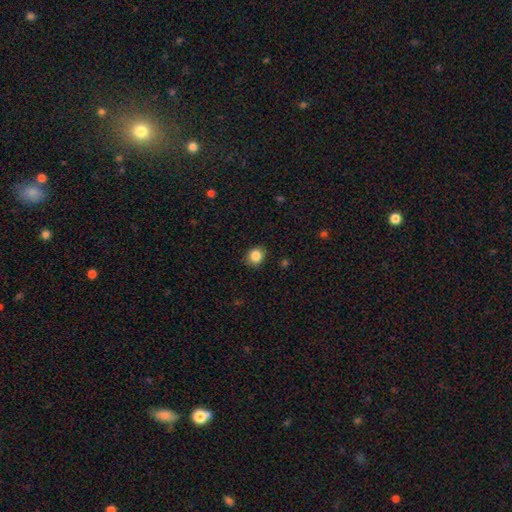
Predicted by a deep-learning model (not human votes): smooth_or_featured: smooth (p=0.85) [alt: star or artifact p=0.10]
how_rounded: round (p=0.75) [alt: in between p=0.24]
merging: none (p=0.86) [alt: minor disturbance p=0.10]